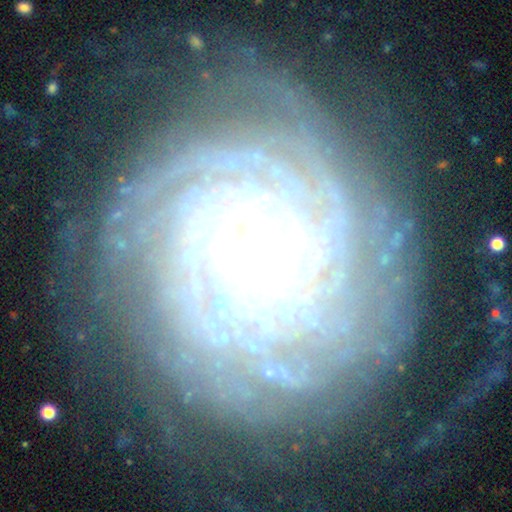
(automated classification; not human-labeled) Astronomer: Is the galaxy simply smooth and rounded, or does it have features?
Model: featured or disk — 87%.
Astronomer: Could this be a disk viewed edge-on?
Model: no — 97%.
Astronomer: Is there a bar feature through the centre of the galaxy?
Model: no — 67%.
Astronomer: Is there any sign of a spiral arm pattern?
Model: yes — 97%.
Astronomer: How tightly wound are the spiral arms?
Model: tight — 87%.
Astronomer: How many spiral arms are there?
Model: more than 4 — 34% (runner-up: can't tell, 25%).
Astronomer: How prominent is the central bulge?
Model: small — 60%.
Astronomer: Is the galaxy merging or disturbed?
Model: none — 71%.